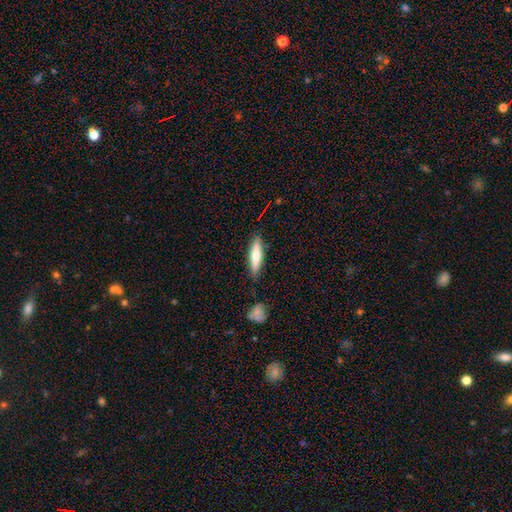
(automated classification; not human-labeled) smooth_or_featured: smooth (p=0.62) [alt: featured or disk p=0.32]
how_rounded: cigar-shaped (p=0.75) [alt: in between p=0.23]
merging: none (p=0.85) [alt: minor disturbance p=0.10]